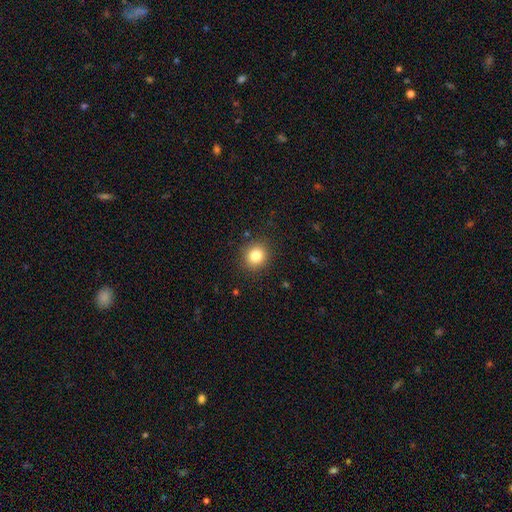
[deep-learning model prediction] Q: Smooth or featured?
A: smooth (82%); runner-up: star or artifact (11%)
Q: How rounded?
A: round (84%); runner-up: in between (15%)
Q: Merging?
A: none (89%); runner-up: minor disturbance (7%)